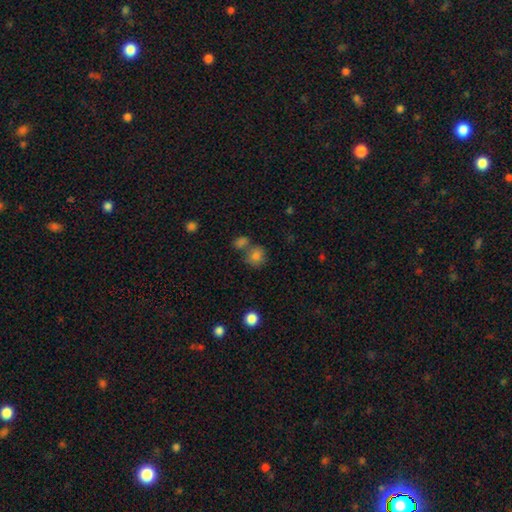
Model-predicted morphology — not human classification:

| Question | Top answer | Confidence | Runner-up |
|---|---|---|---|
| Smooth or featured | smooth | 81% | star or artifact (11%) |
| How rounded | round | 76% | in between (23%) |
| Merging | none | 52% | merger (29%) |